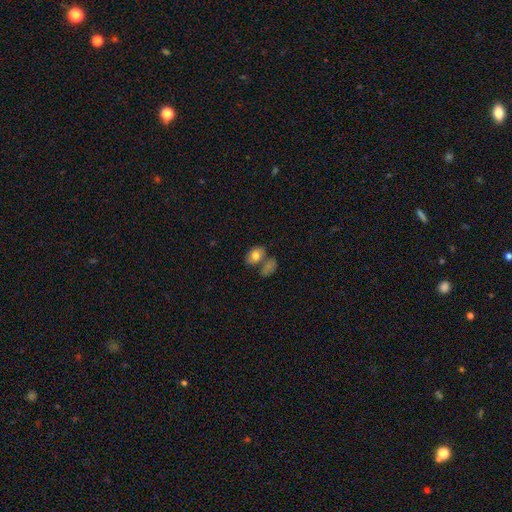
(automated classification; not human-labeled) Morphology: type=smooth (76%); roundness=in between (78%); merging=none (48%).